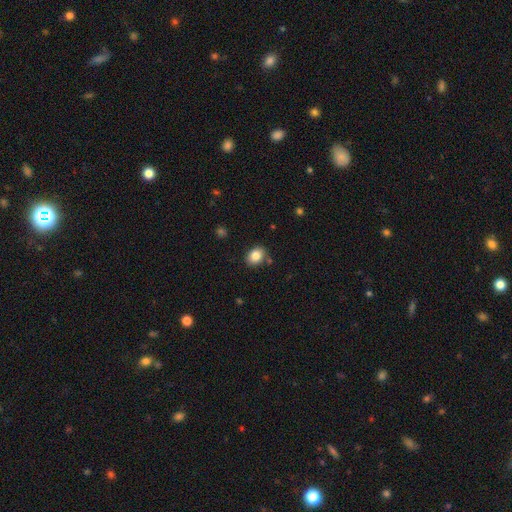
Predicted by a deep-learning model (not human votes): This appears to be a smooth galaxy with no disk features (83%) that is in between round and cigar-shaped (58%). Merging: none (82%).